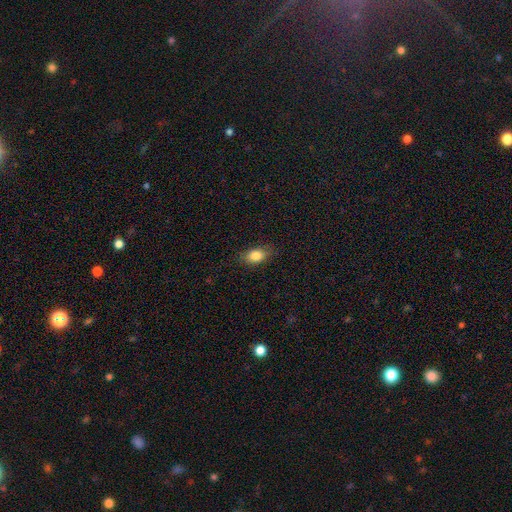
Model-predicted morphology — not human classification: smooth-or-featured: smooth: 84% | star or artifact: 8% | featured or disk: 8%
  how-rounded: in between: 82% | round: 14% | cigar-shaped: 4%
  merging: none: 82% | minor disturbance: 14% | major disturbance: 3% | merger: 1%